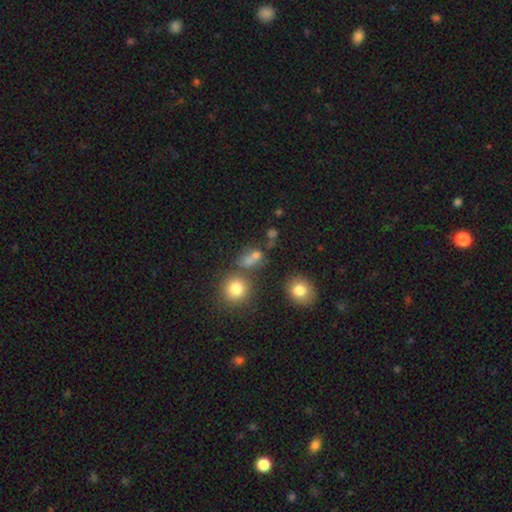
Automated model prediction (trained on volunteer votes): A smooth galaxy with no disk features (70%) that is round (52%).

Vote fractions:
- Smooth or featured? smooth: 70% / star or artifact: 19% / featured or disk: 11%
- How rounded? round: 52% / in between: 44% / cigar-shaped: 5%
- Merging? none: 47% / merger: 28% / minor disturbance: 15% / major disturbance: 10%